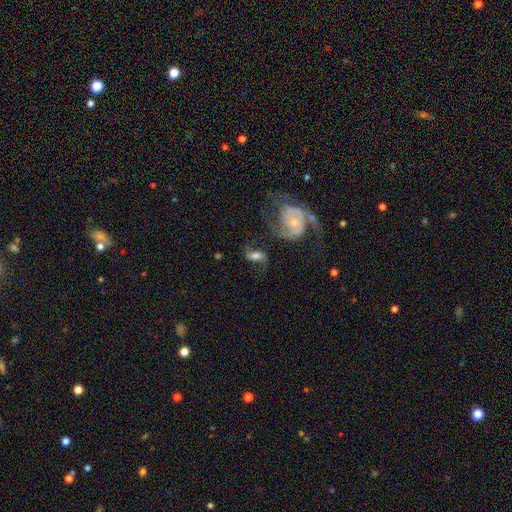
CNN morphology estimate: A featured or disk galaxy (60%) with no bar (43%), 2 (88%) loose (49%) spiral arms (91%) and a moderate central bulge (43%).

Vote fractions:
- Smooth or featured? featured or disk: 60% / smooth: 31% / star or artifact: 9%
- Edge-on disk? no: 94% / yes: 6%
- Bar? no: 43% / weak: 38% / strong: 19%
- Spiral arms? yes: 91% / no: 9%
- Spiral winding? loose: 49% / medium: 36% / tight: 14%
- Spiral arm count? 2: 88% / can't tell: 5% / 1: 4% / 3: 1% / 4: 1% / more than 4: 1%
- Bulge size? moderate: 43% / small: 37% / large: 13% / none: 5% / dominant: 3%
- Merging? none: 49% / minor disturbance: 19% / major disturbance: 19% / merger: 13%